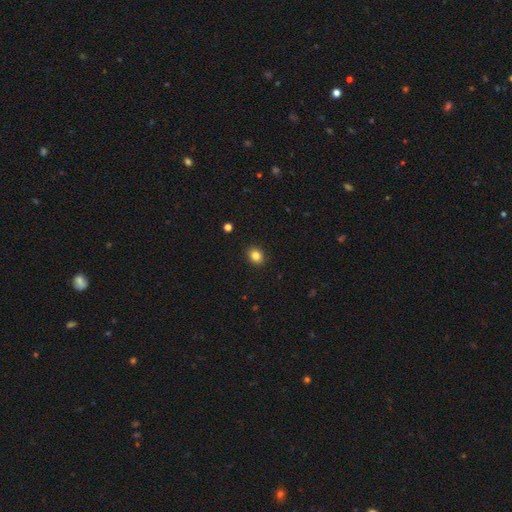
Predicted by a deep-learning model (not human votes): Q: Smooth or featured?
A: smooth (84%); runner-up: star or artifact (11%)
Q: How rounded?
A: round (54%); runner-up: in between (45%)
Q: Merging?
A: none (91%); runner-up: minor disturbance (6%)